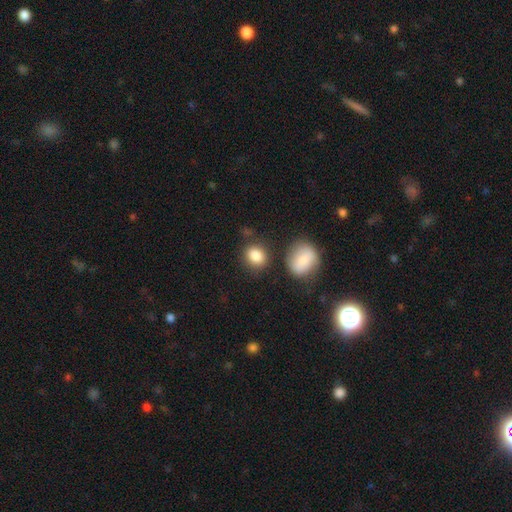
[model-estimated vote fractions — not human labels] Q: Smooth or featured?
A: smooth (86%); runner-up: star or artifact (9%)
Q: How rounded?
A: round (66%); runner-up: in between (32%)
Q: Merging?
A: none (74%); runner-up: minor disturbance (13%)